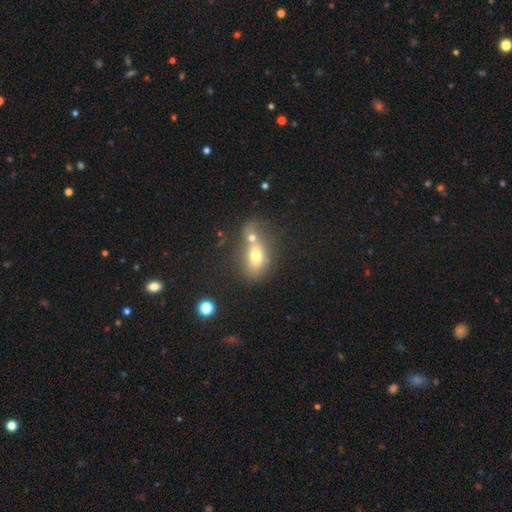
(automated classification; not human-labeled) Overall: smooth (67%). How rounded: in between (74%). Merging: merger (54%; none 27%).